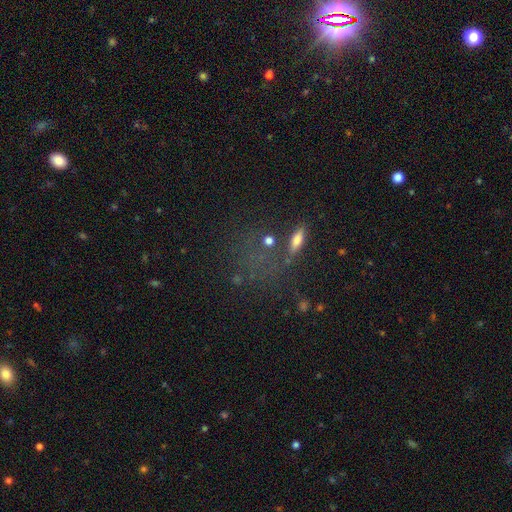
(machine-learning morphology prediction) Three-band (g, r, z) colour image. It shows a star or artifact, not a galaxy (51%).